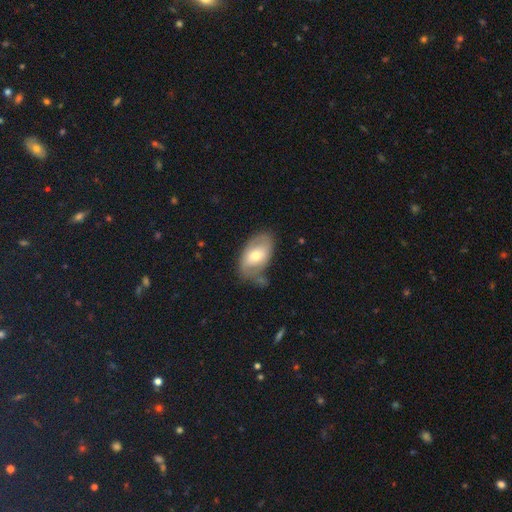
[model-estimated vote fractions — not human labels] A smooth galaxy with no disk features (55%) that is in between round and cigar-shaped (90%). Merging: none (53%).